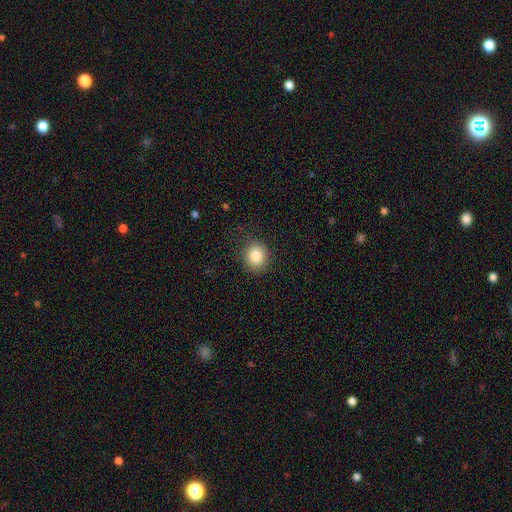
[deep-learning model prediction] This appears to be a smooth galaxy with no disk features (84%) that is round (79%). Merging: none (85%).